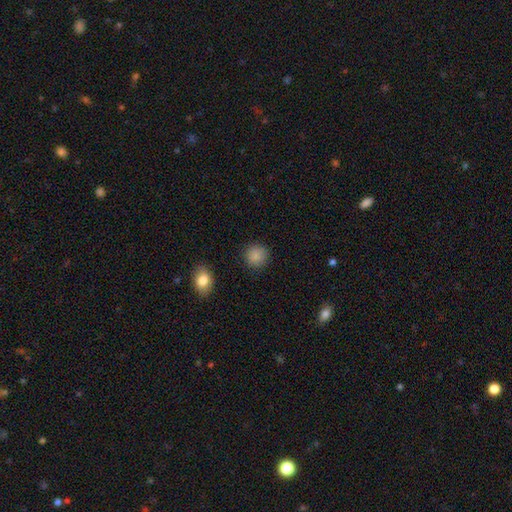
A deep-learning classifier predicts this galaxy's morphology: Smooth or featured?
  - smooth: 87% *
  - star or artifact: 9%
  - featured or disk: 4%
How rounded?
  - round: 91% *
  - in between: 8%
  - cigar-shaped: 1%
Merging?
  - none: 90% *
  - minor disturbance: 6%
  - major disturbance: 2%
  - merger: 2%